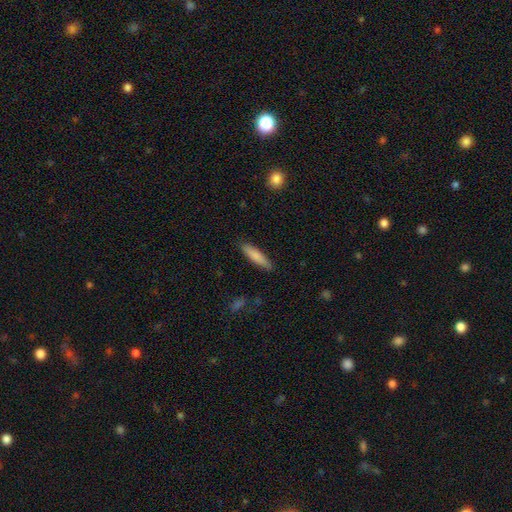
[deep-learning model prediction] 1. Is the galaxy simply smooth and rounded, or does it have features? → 83% smooth, 12% featured or disk, 6% star or artifact.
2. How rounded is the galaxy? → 78% cigar-shaped, 20% in between, 1% round.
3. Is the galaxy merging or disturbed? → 88% none, 9% minor disturbance, 2% major disturbance, 1% merger.